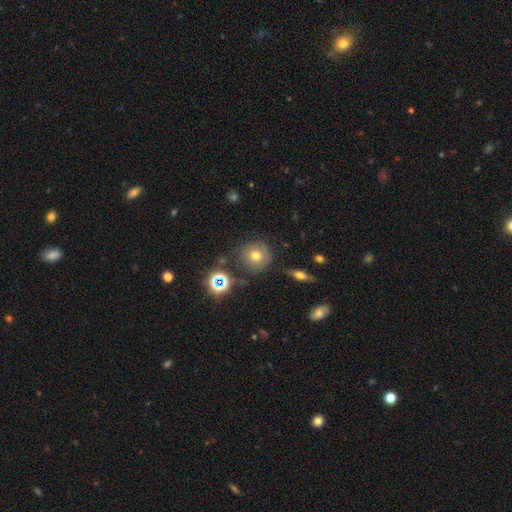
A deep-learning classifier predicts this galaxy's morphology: This appears to be a smooth galaxy with no disk features (65%) that is round (93%). Merging: none (78%).